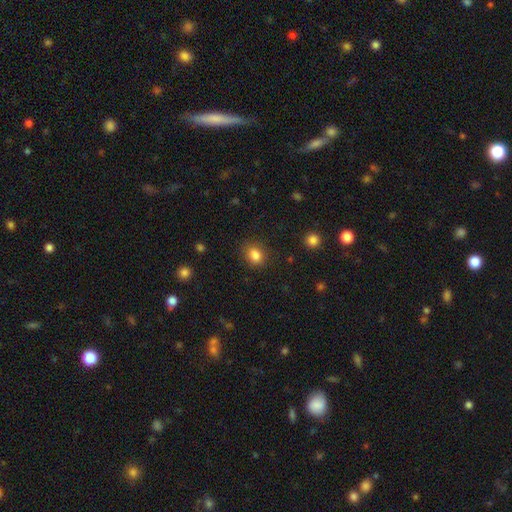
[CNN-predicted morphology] smooth_or_featured: smooth (p=0.84) [alt: star or artifact p=0.11]
how_rounded: in between (p=0.52) [alt: round p=0.47]
merging: none (p=0.80) [alt: minor disturbance p=0.14]